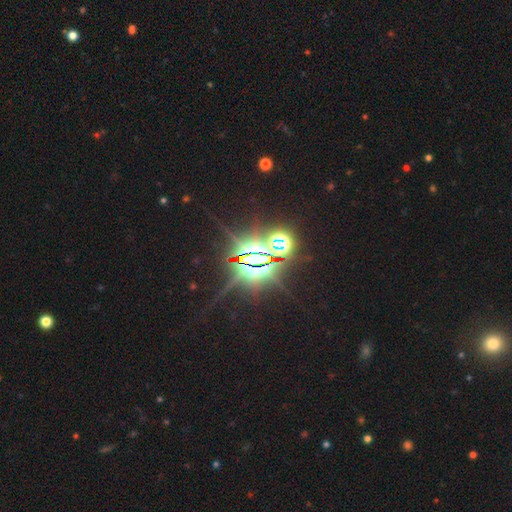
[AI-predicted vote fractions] Smooth or featured: star or artifact — 85% (featured or disk — 9%)